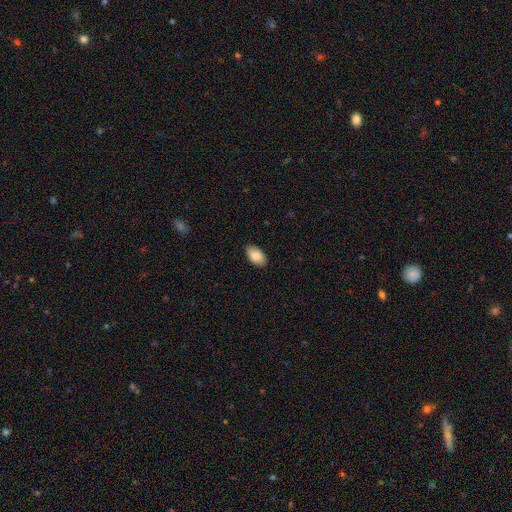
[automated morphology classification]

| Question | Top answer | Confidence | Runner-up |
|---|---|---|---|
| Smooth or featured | smooth | 89% | star or artifact (6%) |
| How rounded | in between | 95% | round (4%) |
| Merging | none | 88% | minor disturbance (9%) |